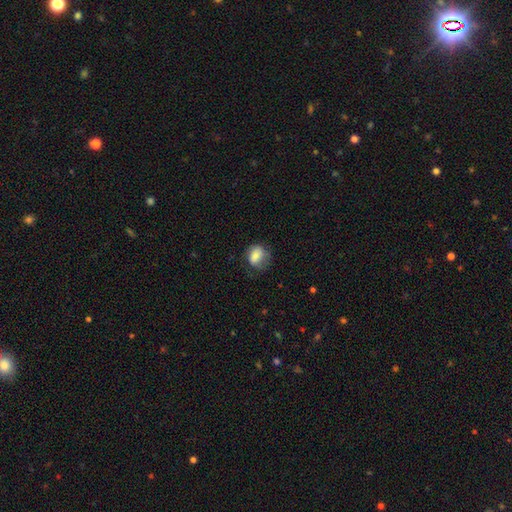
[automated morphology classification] This is likely a smooth galaxy (78%). How rounded: likely in between (61%). Merging: possibly none (50%).